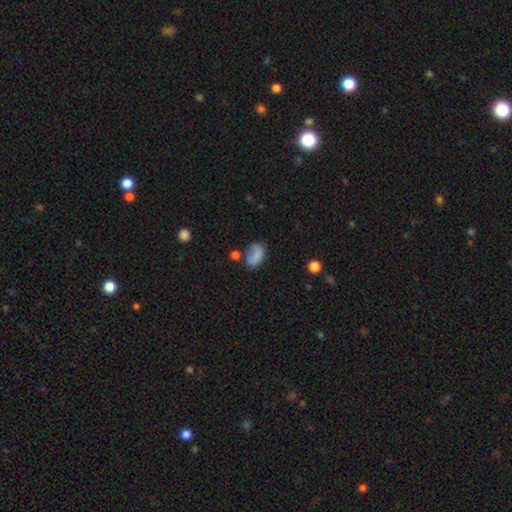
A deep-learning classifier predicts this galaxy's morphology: Smooth or featured?
  - smooth: 79% *
  - star or artifact: 11%
  - featured or disk: 10%
How rounded?
  - in between: 87% *
  - round: 12%
  - cigar-shaped: 2%
Merging?
  - none: 49% *
  - minor disturbance: 28%
  - major disturbance: 15%
  - merger: 8%